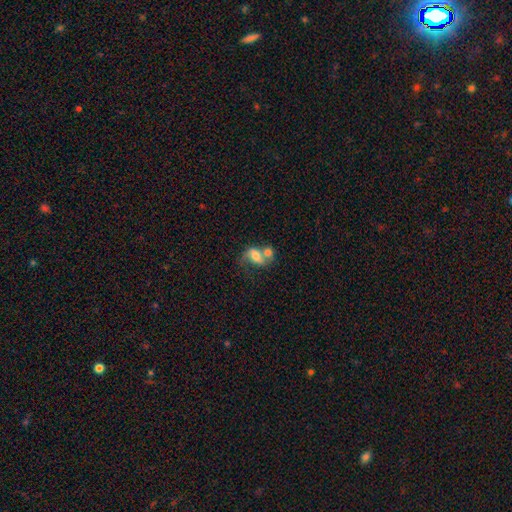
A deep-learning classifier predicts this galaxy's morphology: The model was most divided on "smooth or featured": smooth: 51%, featured or disk: 40%, star or artifact: 10%. More confident: how rounded — in between (74%); merging — merger (61%).